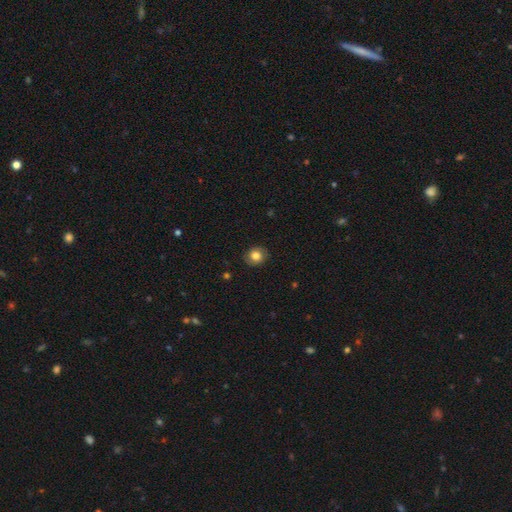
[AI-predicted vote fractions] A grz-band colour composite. It shows a smooth galaxy with no disk features (80%) that is round (74%). Merging: none (86%).